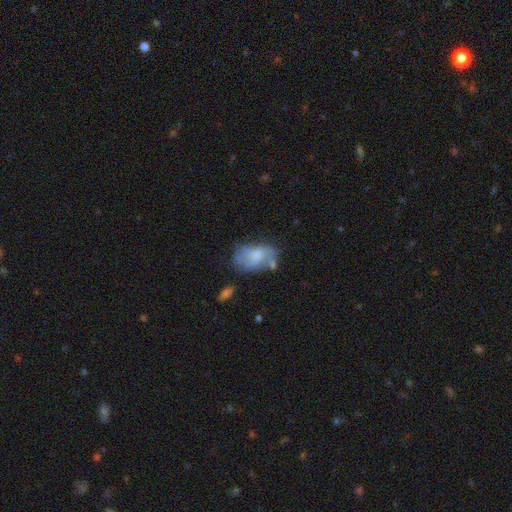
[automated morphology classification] smooth-or-featured: smooth: 50% | featured or disk: 41% | star or artifact: 9%
  how-rounded: in between: 88% | round: 11% | cigar-shaped: 2%
  merging: none: 40% | minor disturbance: 28% | major disturbance: 19% | merger: 13%